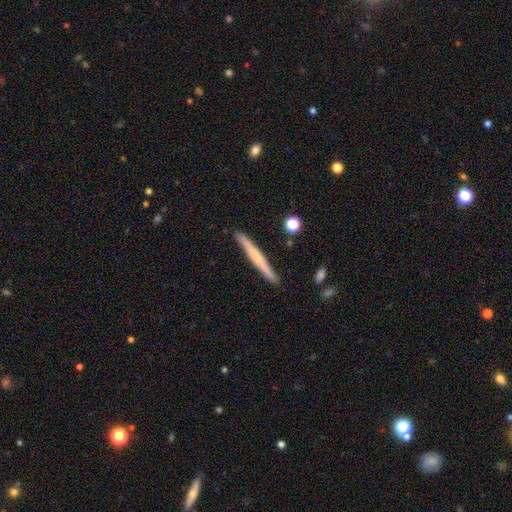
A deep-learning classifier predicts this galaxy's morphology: Smooth or featured?
  - smooth: 50% *
  - featured or disk: 44%
  - star or artifact: 6%
Merging?
  - none: 90% *
  - minor disturbance: 7%
  - merger: 2%
  - major disturbance: 1%